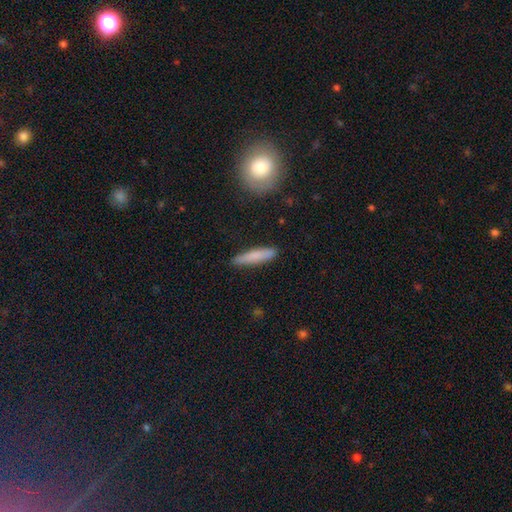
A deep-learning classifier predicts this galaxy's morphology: smooth-or-featured: smooth: 79% | featured or disk: 15% | star or artifact: 6%
  how-rounded: cigar-shaped: 87% | in between: 11% | round: 2%
  merging: none: 88% | minor disturbance: 8% | major disturbance: 2% | merger: 1%